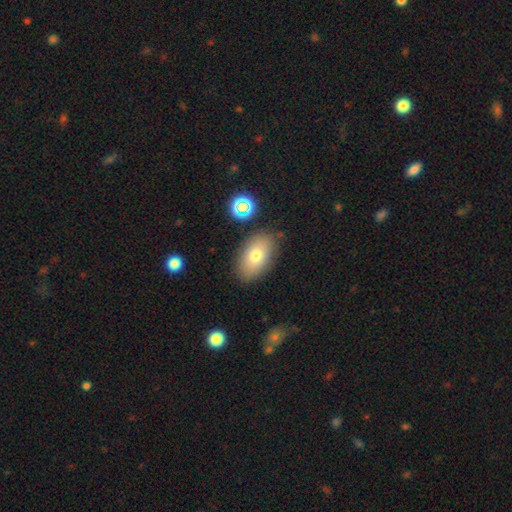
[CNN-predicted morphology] This is likely a smooth galaxy (75%). How rounded: clearly in between (90%). Merging: clearly none (81%).